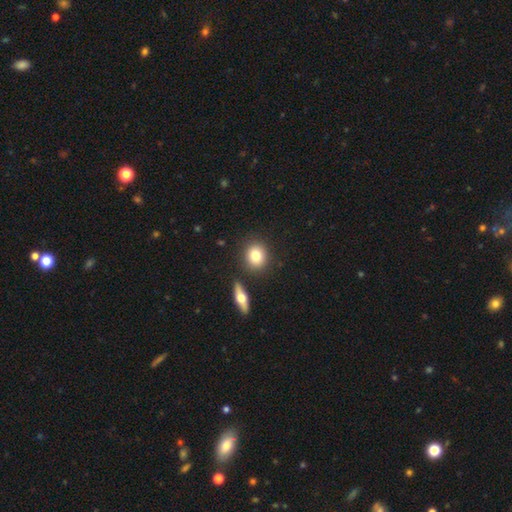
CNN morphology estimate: Smooth or featured? Predicted: smooth (p=0.79). How rounded? Predicted: round (p=0.71). Merging? Predicted: none (p=0.83).